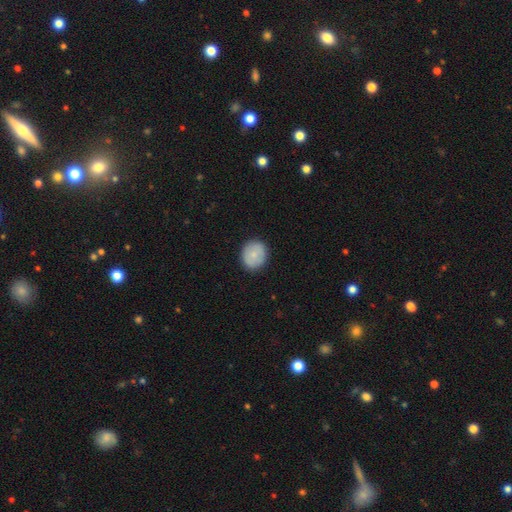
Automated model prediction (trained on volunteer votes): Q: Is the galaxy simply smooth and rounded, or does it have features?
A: smooth — 77%.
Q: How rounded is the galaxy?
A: round — 79%.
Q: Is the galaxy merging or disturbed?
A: none — 89%.